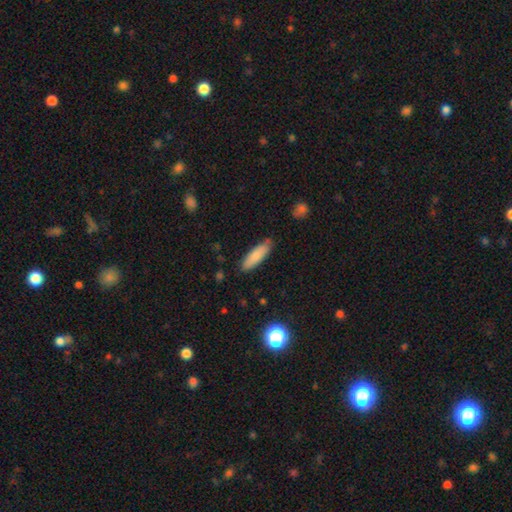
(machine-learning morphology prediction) Smooth or featured: smooth — 81% (featured or disk — 13%)
How rounded: cigar-shaped — 51% (in between — 48%)
Merging: none — 81% (minor disturbance — 14%)